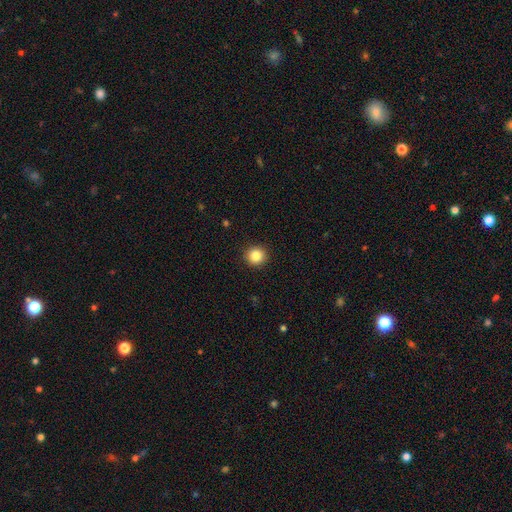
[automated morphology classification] Smooth or featured? Predicted: smooth (p=0.86). How rounded? Predicted: round (p=0.93). Merging? Predicted: none (p=0.92).